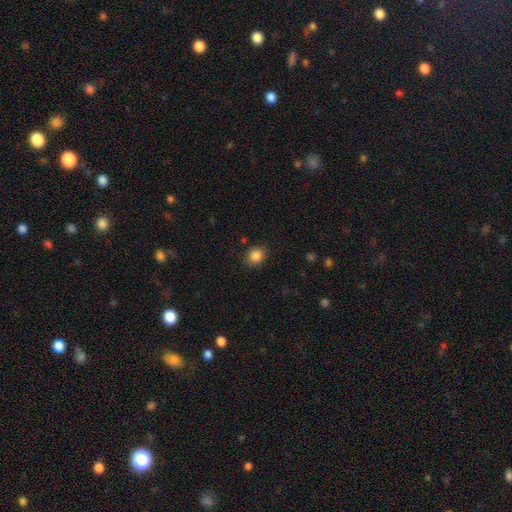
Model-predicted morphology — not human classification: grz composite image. It shows a smooth galaxy with no disk features (87%) that is round (64%). Merging: none (86%).